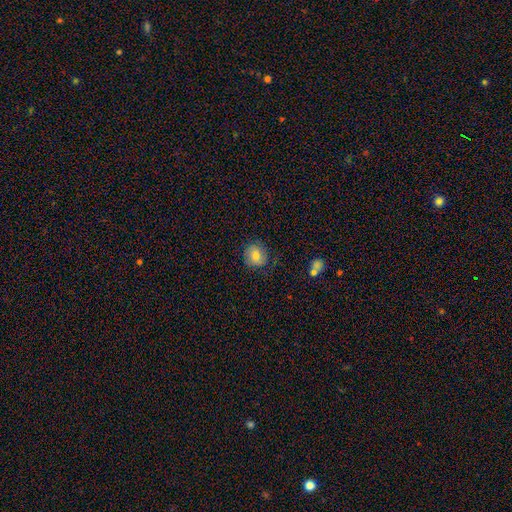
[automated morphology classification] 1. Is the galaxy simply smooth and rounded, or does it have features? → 77% smooth, 14% featured or disk, 9% star or artifact.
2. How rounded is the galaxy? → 82% round, 18% in between, 1% cigar-shaped.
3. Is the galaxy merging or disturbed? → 80% none, 15% minor disturbance, 4% major disturbance, 1% merger.